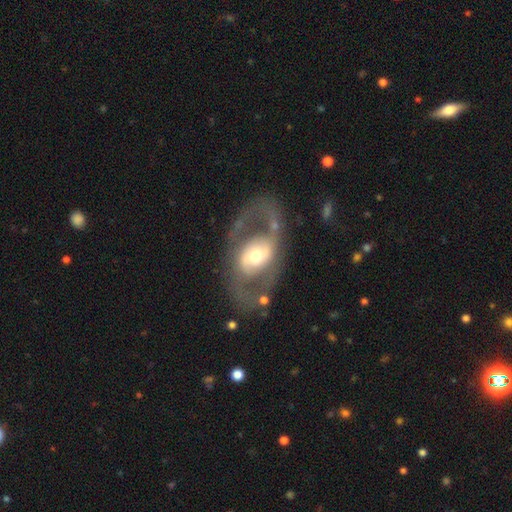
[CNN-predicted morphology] Overall: featured or disk (71%). Edge-on disk: no (91%). Bar: no (51%; weak 28%). Spiral arms: no (57%; yes 43%). Bulge size: moderate (63%; large 23%). Merging: none (67%).